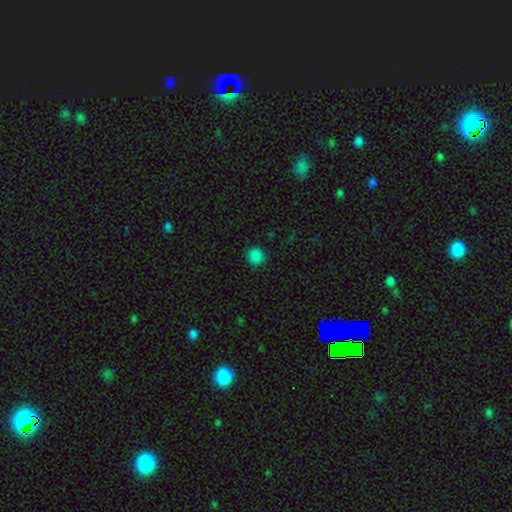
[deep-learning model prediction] Smooth or featured? Predicted: smooth (p=0.85). How rounded? Predicted: round (p=0.93). Merging? Predicted: none (p=0.90).